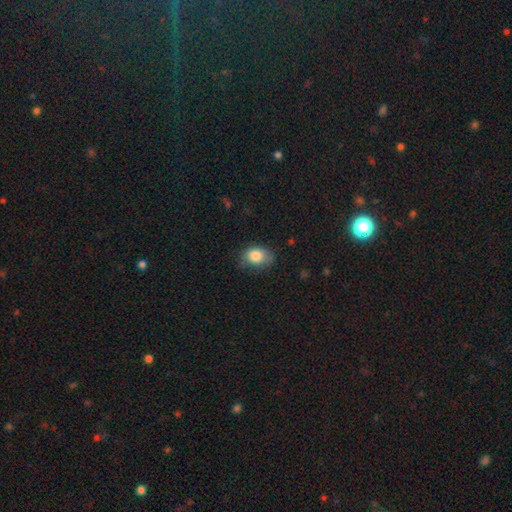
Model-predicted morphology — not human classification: type=smooth (84%); roundness=in between (69%); merging=none (65%).